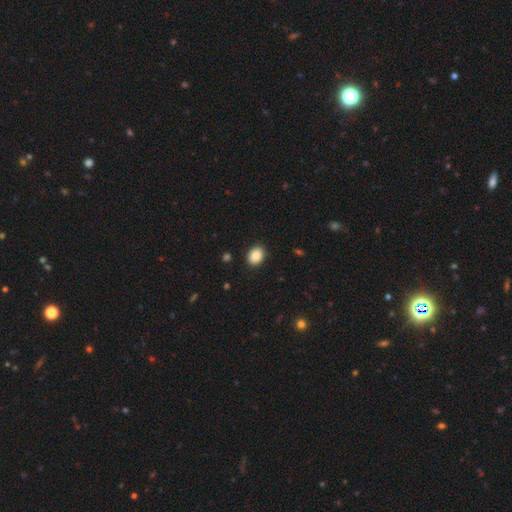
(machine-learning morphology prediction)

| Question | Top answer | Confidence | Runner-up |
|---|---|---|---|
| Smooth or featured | smooth | 88% | star or artifact (8%) |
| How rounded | in between | 63% | round (36%) |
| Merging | none | 90% | minor disturbance (7%) |